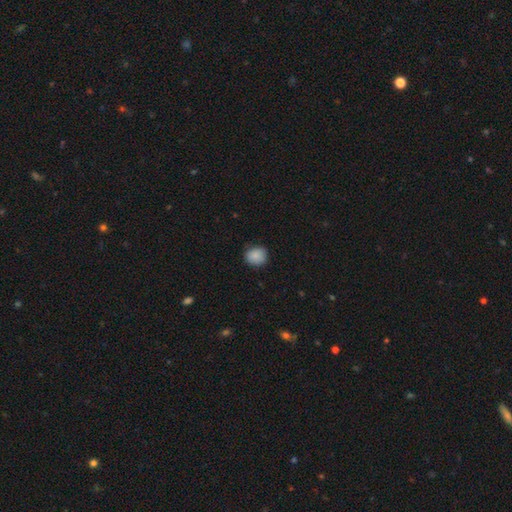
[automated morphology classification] Smooth or featured? smooth (87%)
How rounded? round (78%)
Merging? none (83%)